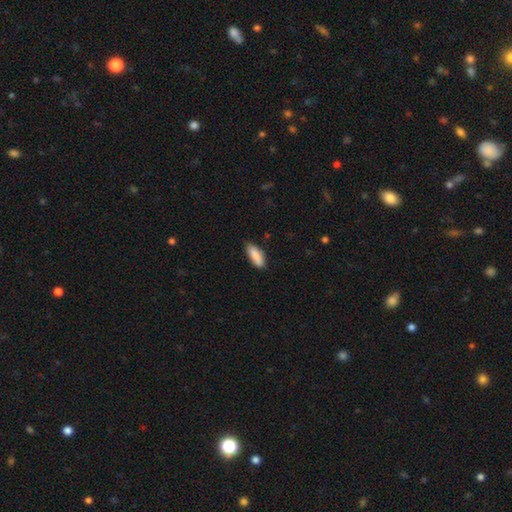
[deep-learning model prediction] Morphology: type=smooth (87%); roundness=in between (65%); merging=none (74%).